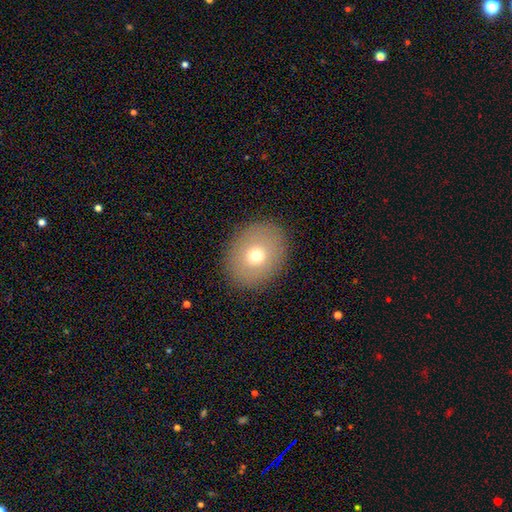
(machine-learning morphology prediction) Smooth or featured?
  - smooth: 70% *
  - featured or disk: 18%
  - star or artifact: 11%
How rounded?
  - round: 51% *
  - in between: 48%
  - cigar-shaped: 1%
Merging?
  - none: 88% *
  - minor disturbance: 8%
  - major disturbance: 3%
  - merger: 1%